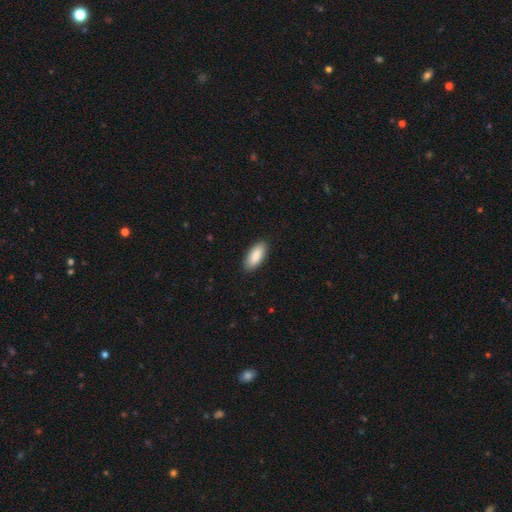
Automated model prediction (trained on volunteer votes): smooth-or-featured: smooth: 89% | star or artifact: 5% | featured or disk: 5%
  how-rounded: in between: 86% | cigar-shaped: 12% | round: 2%
  merging: none: 89% | minor disturbance: 8% | major disturbance: 2% | merger: 1%